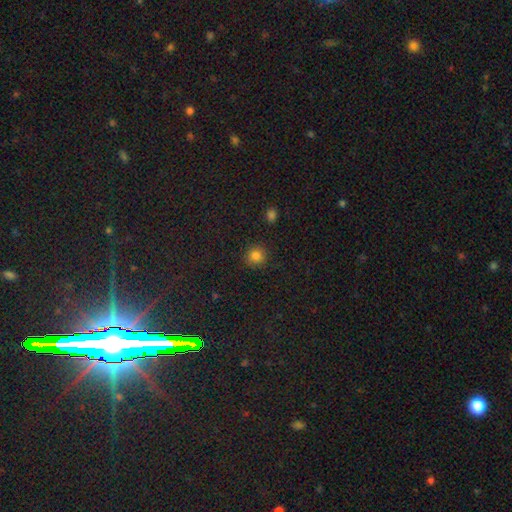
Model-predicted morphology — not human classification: smooth-or-featured: smooth: 82% | star or artifact: 14% | featured or disk: 5%
  how-rounded: round: 91% | in between: 8% | cigar-shaped: 1%
  merging: none: 89% | minor disturbance: 7% | major disturbance: 2% | merger: 1%